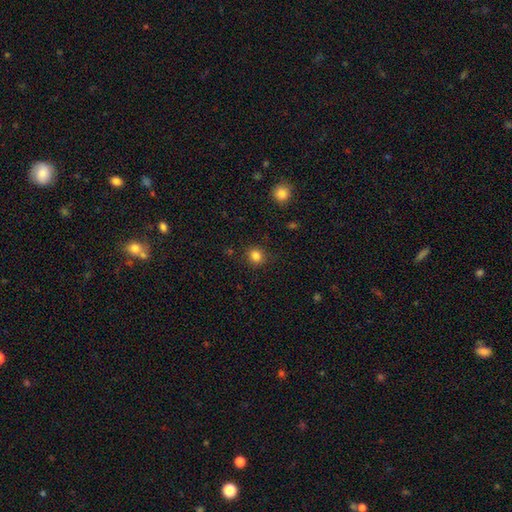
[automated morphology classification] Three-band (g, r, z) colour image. It shows a smooth galaxy with no disk features (84%) that is round (84%). Merging: none (86%).